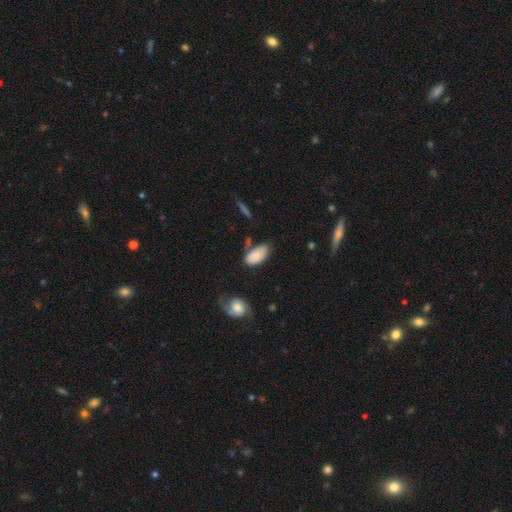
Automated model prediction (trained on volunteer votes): Q: Smooth or featured?
A: smooth (81%); runner-up: featured or disk (12%)
Q: How rounded?
A: in between (94%); runner-up: round (4%)
Q: Merging?
A: none (53%); runner-up: minor disturbance (28%)